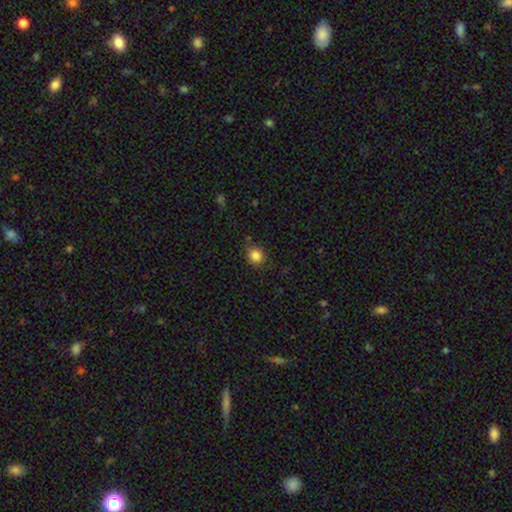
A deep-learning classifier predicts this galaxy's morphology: A smooth galaxy with no disk features (84%) that is round (75%). Merging: none (80%).